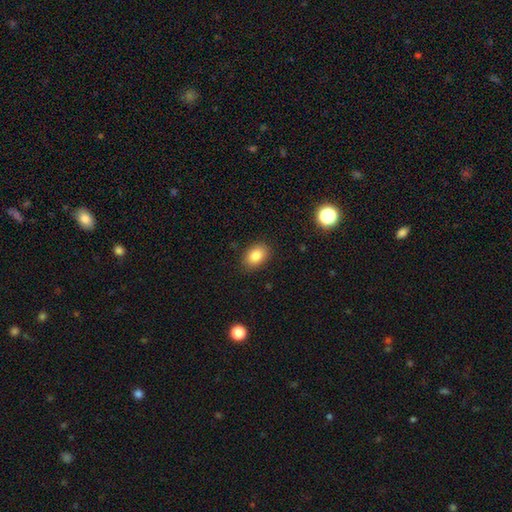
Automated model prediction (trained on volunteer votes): This appears to be a smooth galaxy with no disk features (85%) that is in between round and cigar-shaped (81%). Merging: none (86%).